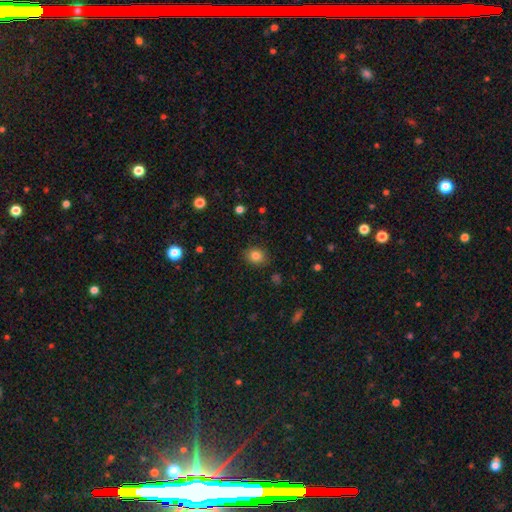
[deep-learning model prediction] A smooth galaxy with no disk features (82%) that is round (62%). Merging: none (88%).